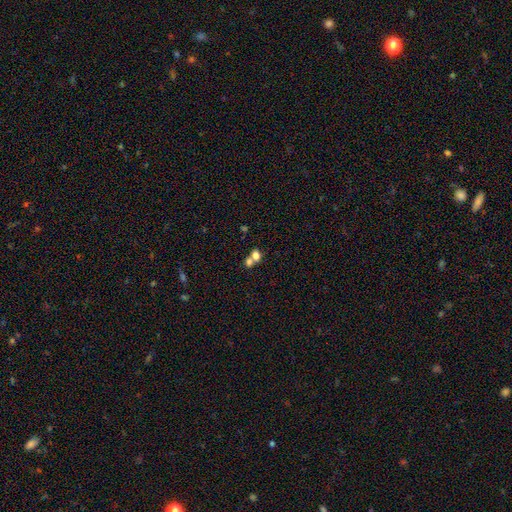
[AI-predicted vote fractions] Smooth or featured?
  - smooth: 73% *
  - star or artifact: 14%
  - featured or disk: 13%
How rounded?
  - round: 55% *
  - in between: 43%
  - cigar-shaped: 2%
Merging?
  - merger: 56% *
  - none: 34%
  - minor disturbance: 6%
  - major disturbance: 4%